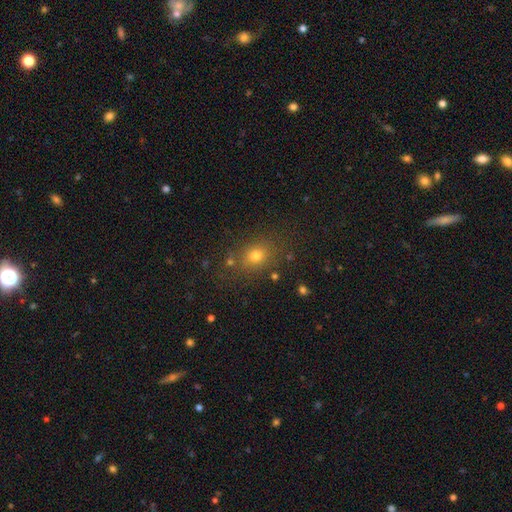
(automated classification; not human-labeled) The model was most divided on "how rounded" (2-way tie): in between: 49%, round: 49%, cigar-shaped: 2%. More confident: merging — none (78%); smooth or featured — smooth (72%).